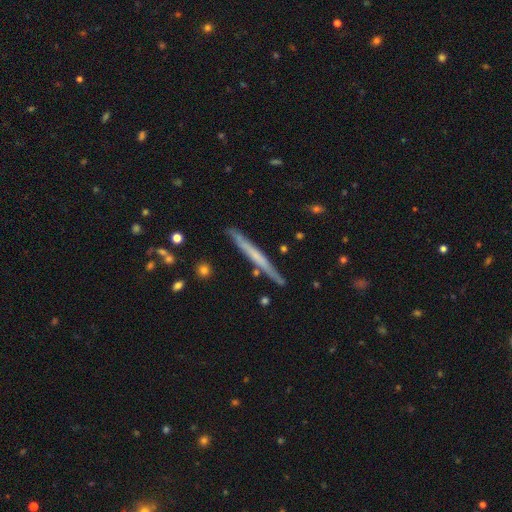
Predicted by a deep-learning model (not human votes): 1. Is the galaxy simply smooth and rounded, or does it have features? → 52% featured or disk, 42% smooth, 6% star or artifact.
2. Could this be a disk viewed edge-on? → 96% yes, 4% no.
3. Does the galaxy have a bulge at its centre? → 80% none, 14% rounded, 6% boxy.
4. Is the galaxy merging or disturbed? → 87% none, 9% minor disturbance, 2% merger, 2% major disturbance.